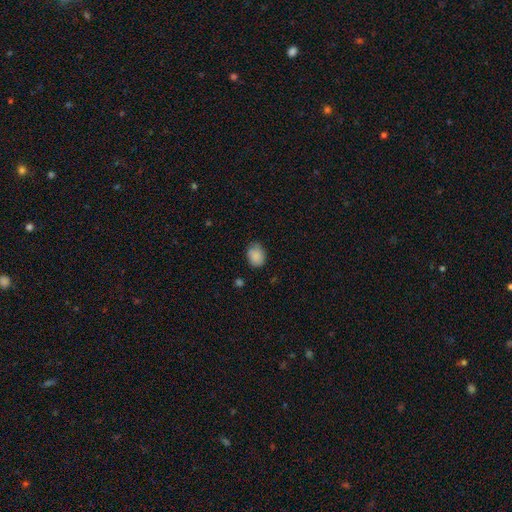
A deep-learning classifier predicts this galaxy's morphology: type=smooth (87%); roundness=in between (55%); merging=none (69%).